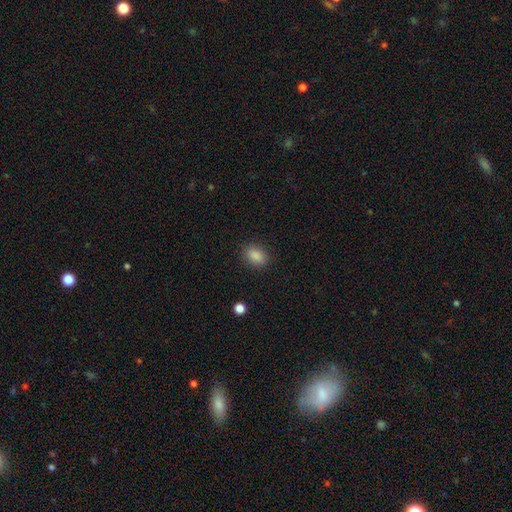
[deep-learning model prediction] Smooth or featured? smooth (88%)
How rounded? in between (78%)
Merging? none (87%)